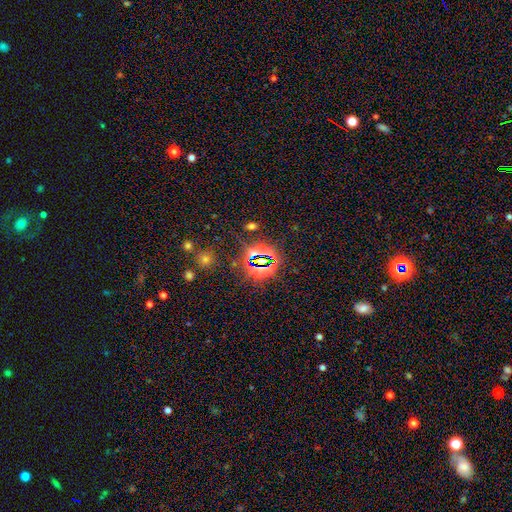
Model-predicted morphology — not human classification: smooth_or_featured: star or artifact (p=0.76) [alt: smooth p=0.16]